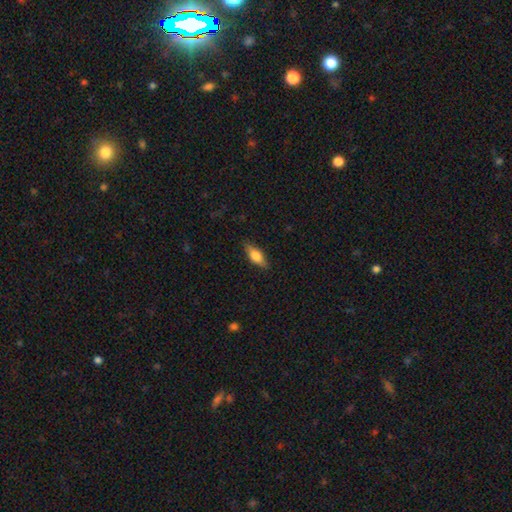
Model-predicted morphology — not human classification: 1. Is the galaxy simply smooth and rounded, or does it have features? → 63% smooth, 31% featured or disk, 7% star or artifact.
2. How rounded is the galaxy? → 66% in between, 31% cigar-shaped, 4% round.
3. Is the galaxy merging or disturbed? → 84% none, 12% minor disturbance, 3% major disturbance, 1% merger.